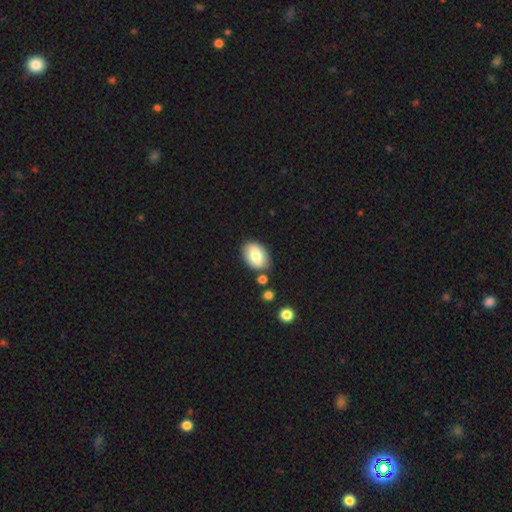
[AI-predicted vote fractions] Smooth or featured: smooth — 76% (featured or disk — 17%)
How rounded: in between — 88% (round — 11%)
Merging: none — 80% (minor disturbance — 12%)